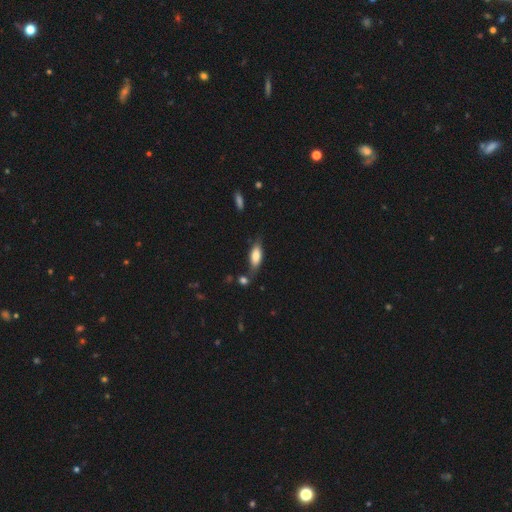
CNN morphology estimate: A smooth galaxy with no disk features (77%) that is in between round and cigar-shaped (73%).

Vote fractions:
- Smooth or featured? smooth: 77% / featured or disk: 16% / star or artifact: 7%
- How rounded? in between: 73% / cigar-shaped: 25% / round: 2%
- Merging? none: 62% / minor disturbance: 22% / merger: 11% / major disturbance: 6%